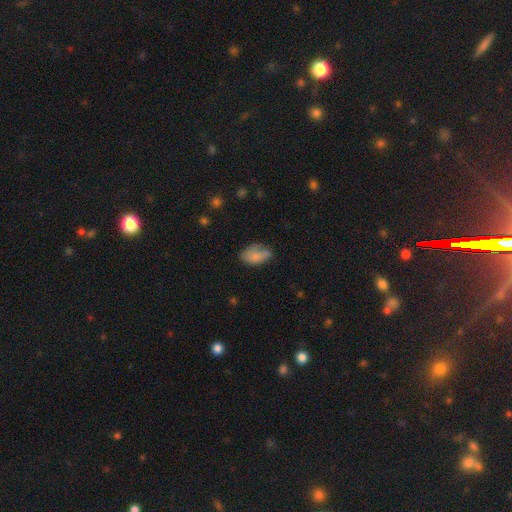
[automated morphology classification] smooth_or_featured: smooth (p=0.78) [alt: featured or disk p=0.14]
how_rounded: in between (p=0.91) [alt: round p=0.07]
merging: none (p=0.51) [alt: minor disturbance p=0.33]